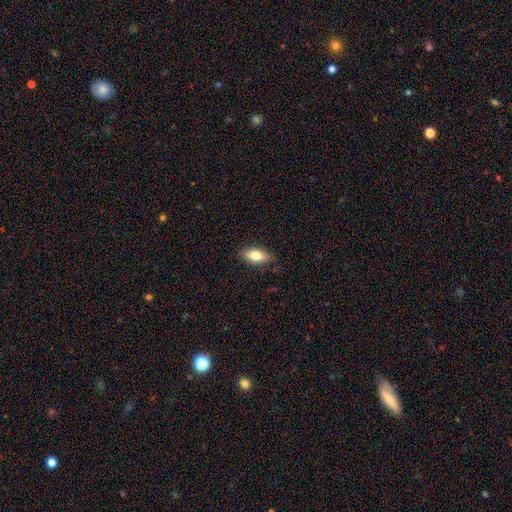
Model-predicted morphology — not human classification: Smooth or featured? Predicted: smooth (p=0.78). How rounded? Predicted: in between (p=0.88). Merging? Predicted: none (p=0.82).